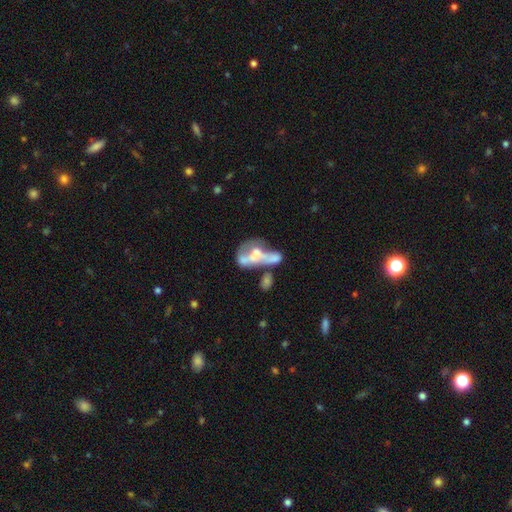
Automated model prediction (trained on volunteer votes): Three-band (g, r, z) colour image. It shows a featured or disk galaxy (53%). Merging: merger (51%).